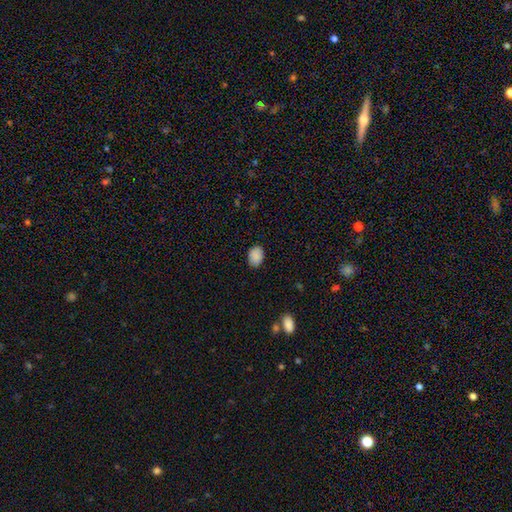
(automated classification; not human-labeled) Smooth or featured?
  - smooth: 89% *
  - star or artifact: 8%
  - featured or disk: 3%
How rounded?
  - in between: 75% *
  - round: 24%
  - cigar-shaped: 1%
Merging?
  - none: 84% *
  - minor disturbance: 12%
  - major disturbance: 2%
  - merger: 1%